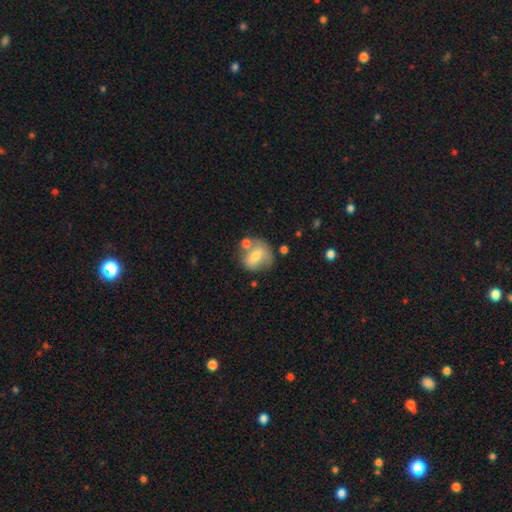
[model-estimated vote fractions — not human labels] This appears to be a smooth galaxy with no disk features (62%) that is round (69%). Merging: none (53%).